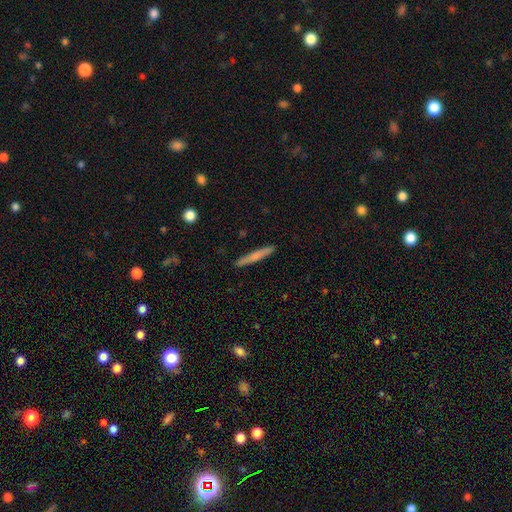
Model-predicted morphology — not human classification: This is likely a smooth galaxy (63%). How rounded: clearly cigar-shaped (96%). Merging: clearly none (91%).